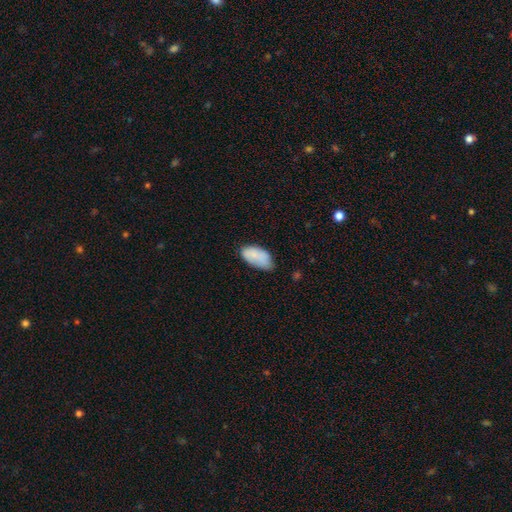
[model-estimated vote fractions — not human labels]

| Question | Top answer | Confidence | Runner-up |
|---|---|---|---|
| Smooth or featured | smooth | 82% | featured or disk (11%) |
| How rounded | in between | 94% | cigar-shaped (3%) |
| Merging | none | 53% | minor disturbance (36%) |